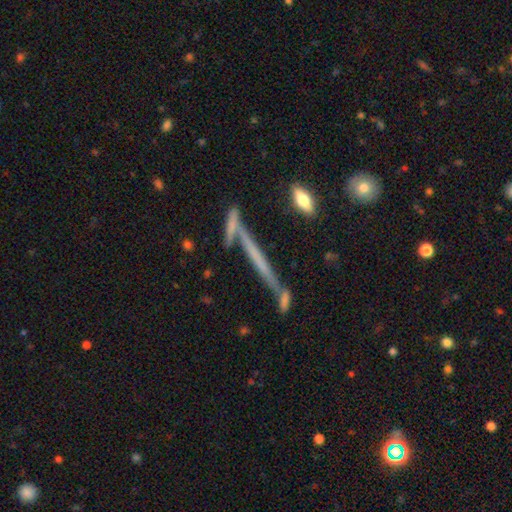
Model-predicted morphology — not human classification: A featured or disk galaxy (61%) viewed edge-on (92%) with no central bulge (77%). Merging: none (66%).